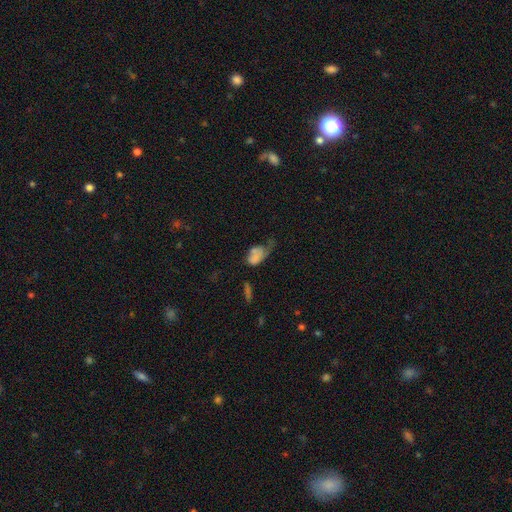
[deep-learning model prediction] A smooth galaxy with no disk features (65%) that is in between round and cigar-shaped (86%). Merging: major disturbance (37%).